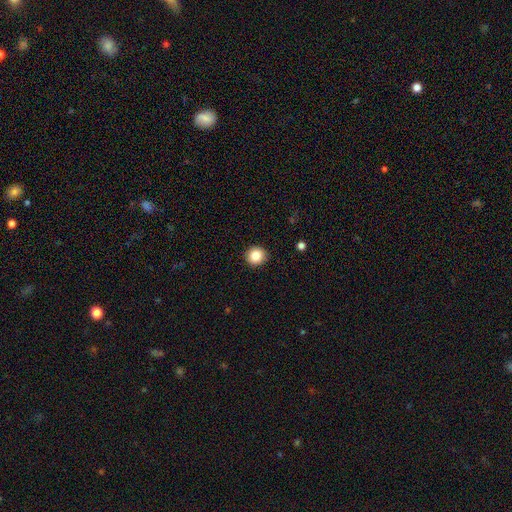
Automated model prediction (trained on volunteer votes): Smooth or featured? Predicted: smooth (p=0.85). How rounded? Predicted: round (p=0.90). Merging? Predicted: none (p=0.92).